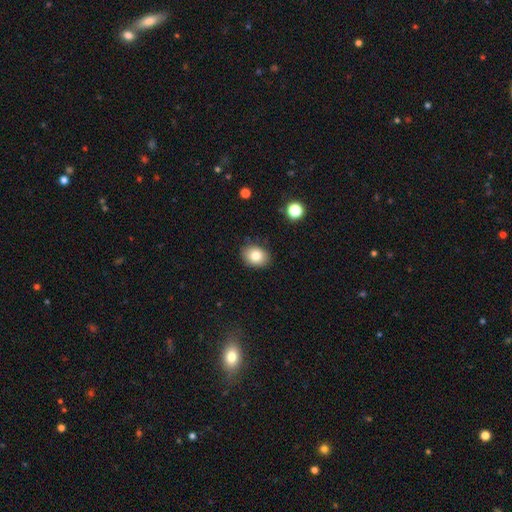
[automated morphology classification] Smooth or featured?
  - smooth: 82% *
  - star or artifact: 9%
  - featured or disk: 9%
How rounded?
  - in between: 61% *
  - round: 38%
  - cigar-shaped: 1%
Merging?
  - none: 86% *
  - minor disturbance: 10%
  - major disturbance: 2%
  - merger: 1%